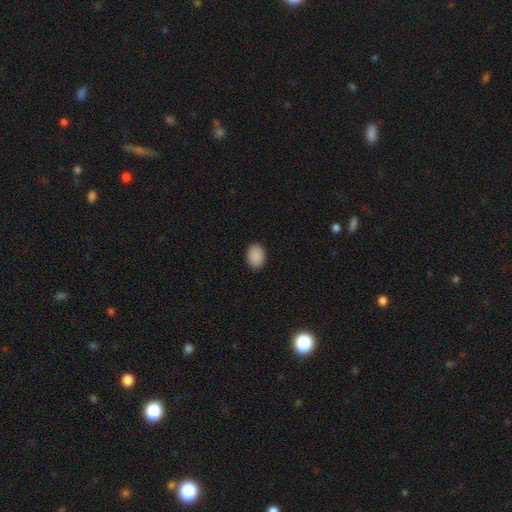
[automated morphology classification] The model was most divided on "how rounded": in between: 73%, round: 26%, cigar-shaped: 1%. More confident: smooth or featured — smooth (90%); merging — none (90%).